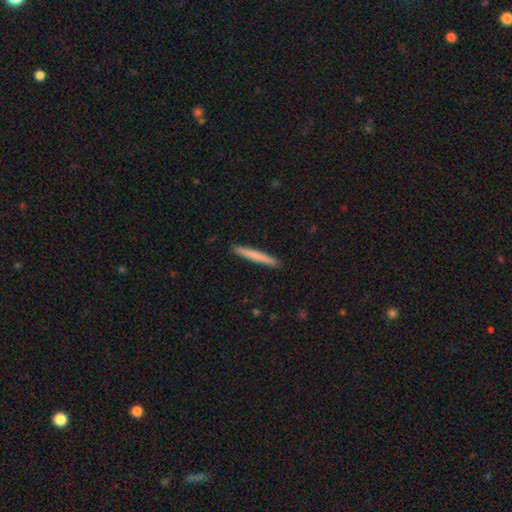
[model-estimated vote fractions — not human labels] smooth-or-featured: smooth: 73% | featured or disk: 21% | star or artifact: 5%
  how-rounded: cigar-shaped: 97% | in between: 2% | round: 1%
  merging: none: 93% | minor disturbance: 5% | major disturbance: 1% | merger: 1%